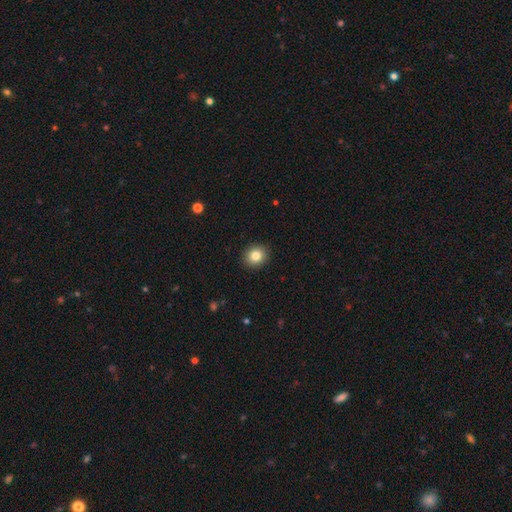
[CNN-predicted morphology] Overall: smooth (83%). How rounded: round (78%). Merging: none (92%).